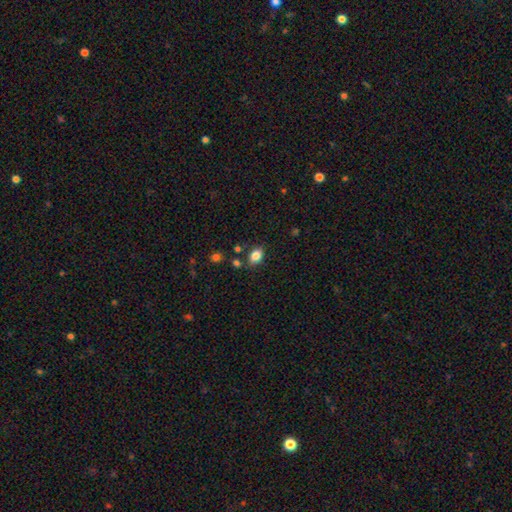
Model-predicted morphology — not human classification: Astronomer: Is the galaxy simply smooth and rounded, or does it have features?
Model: smooth — 85%.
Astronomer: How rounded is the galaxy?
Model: in between — 76%.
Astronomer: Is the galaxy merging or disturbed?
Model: none — 77%.